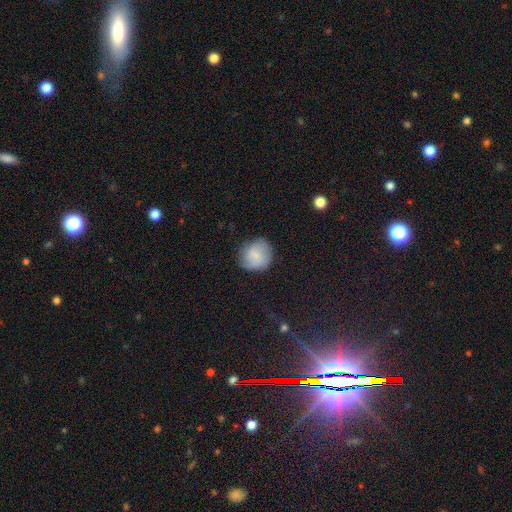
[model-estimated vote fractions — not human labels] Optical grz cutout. It shows a smooth galaxy with no disk features (74%) that is round (85%). Merging: none (77%).